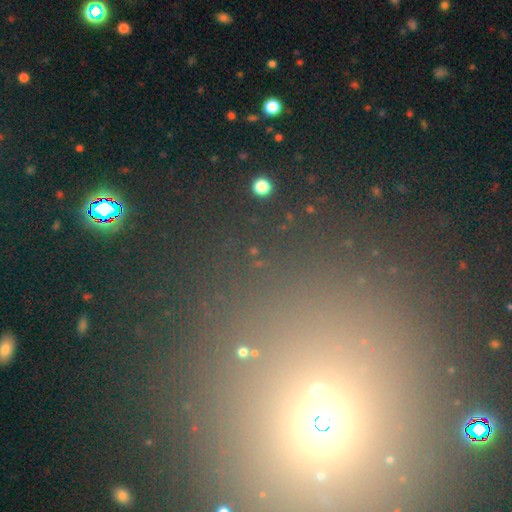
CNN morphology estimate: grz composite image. It shows a star or artifact, not a galaxy (61%).